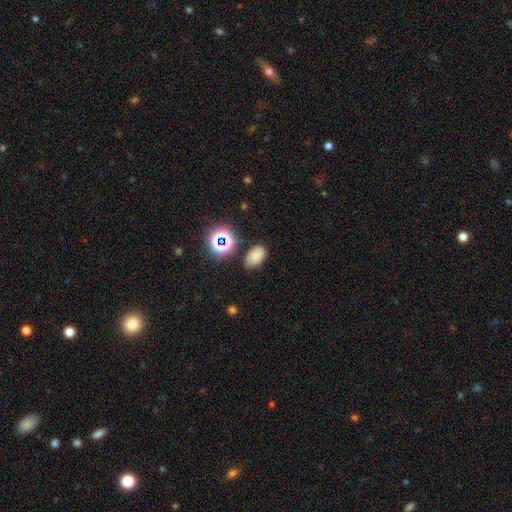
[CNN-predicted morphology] This is likely a smooth galaxy (72%). How rounded: clearly in between (87%). Merging: likely none (73%).